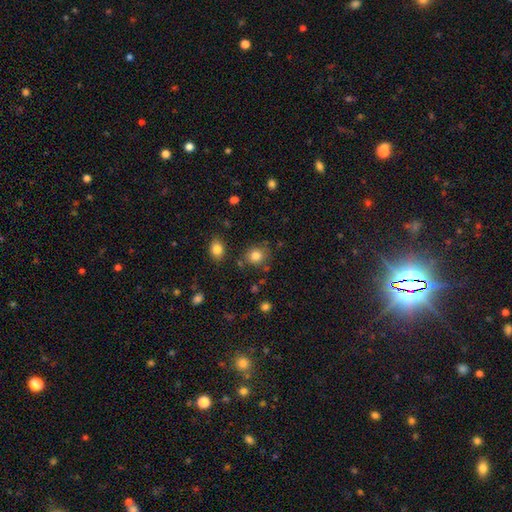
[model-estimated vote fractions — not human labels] A smooth galaxy with no disk features (82%) that is round (82%). Merging: none (78%).